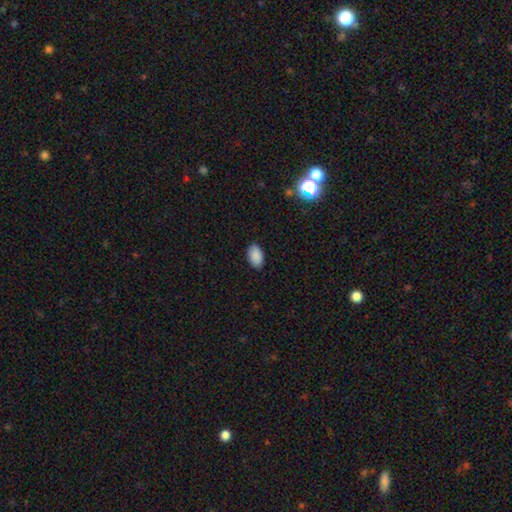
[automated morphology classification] type=smooth (90%); roundness=in between (93%); merging=none (88%).